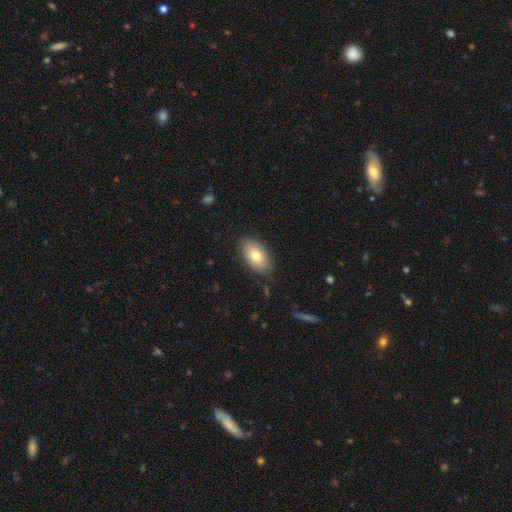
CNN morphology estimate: The model was most divided on "smooth or featured": smooth: 77%, featured or disk: 17%, star or artifact: 7%. More confident: how rounded — in between (93%); merging — none (85%).